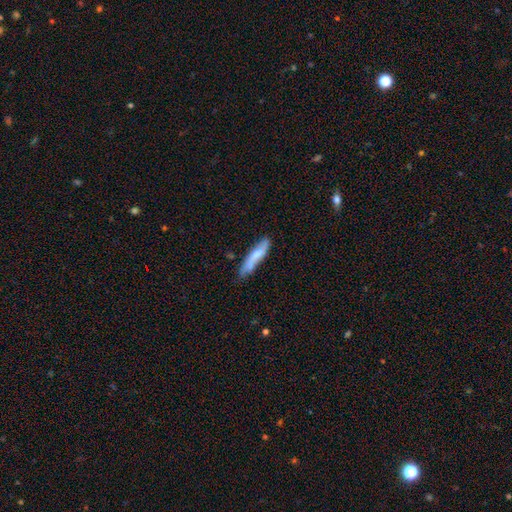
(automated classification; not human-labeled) Morphology: type=smooth (65%); roundness=cigar-shaped (83%); merging=none (63%).